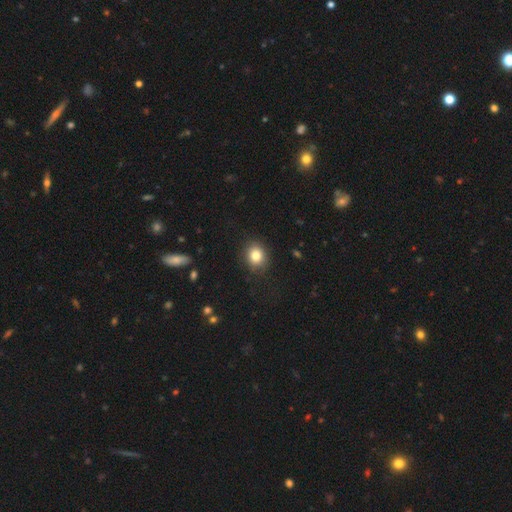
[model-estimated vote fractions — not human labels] This appears to be a smooth galaxy with no disk features (82%) that is round (66%). Merging: none (87%).